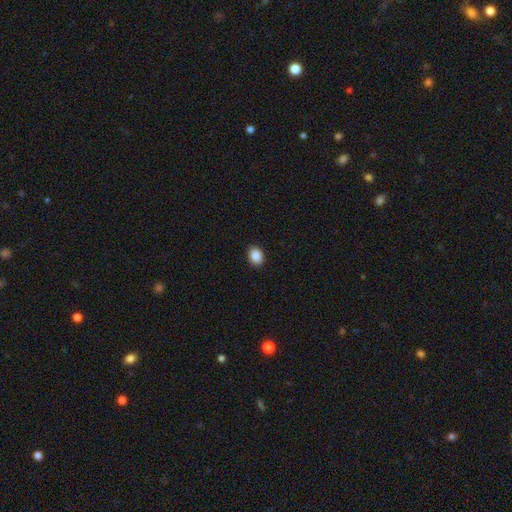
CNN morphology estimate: Smooth or featured? smooth (88%)
How rounded? in between (67%)
Merging? none (91%)